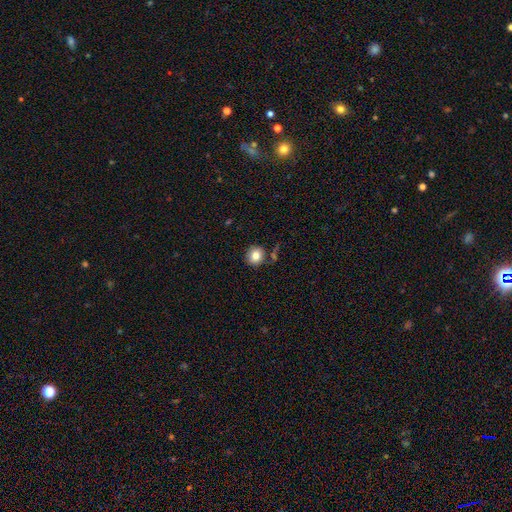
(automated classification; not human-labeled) This is clearly a smooth galaxy (81%). How rounded: clearly round (88%). Merging: likely none (76%).